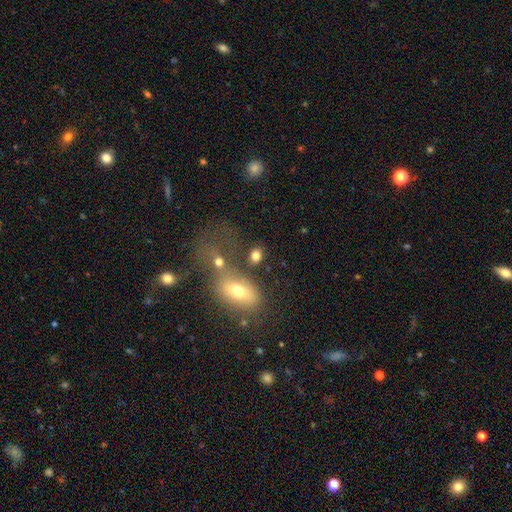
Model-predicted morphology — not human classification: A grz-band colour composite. It shows a smooth galaxy with no disk features (76%) that is in between round and cigar-shaped (63%). Merging: none (61%).